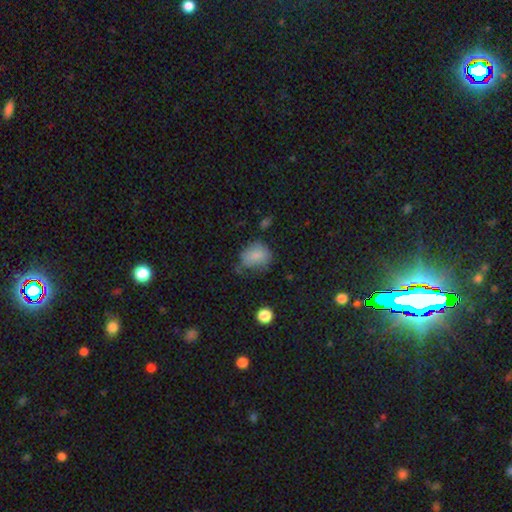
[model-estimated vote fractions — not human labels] Smooth or featured? smooth (77%)
How rounded? round (56%)
Merging? none (44%)